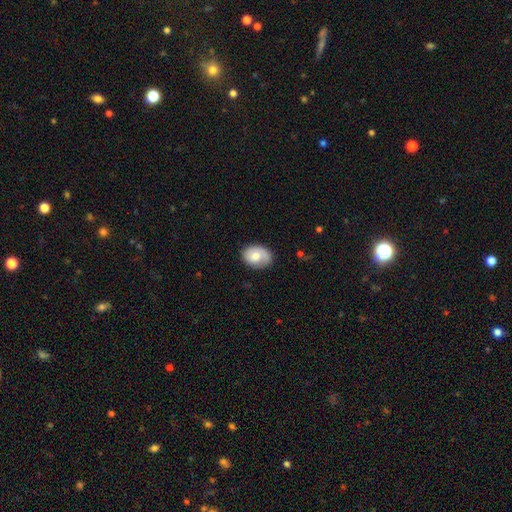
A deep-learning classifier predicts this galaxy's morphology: Q: Smooth or featured?
A: smooth (63%); runner-up: featured or disk (30%)
Q: How rounded?
A: in between (67%); runner-up: round (32%)
Q: Merging?
A: none (71%); runner-up: minor disturbance (22%)